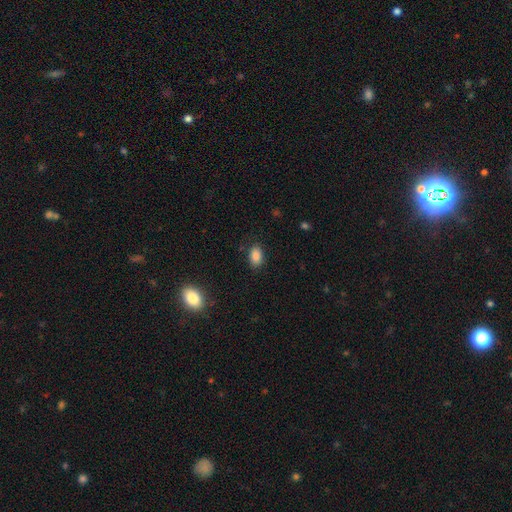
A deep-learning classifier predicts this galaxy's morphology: This is clearly a smooth galaxy (86%). How rounded: clearly in between (85%). Merging: clearly none (83%).